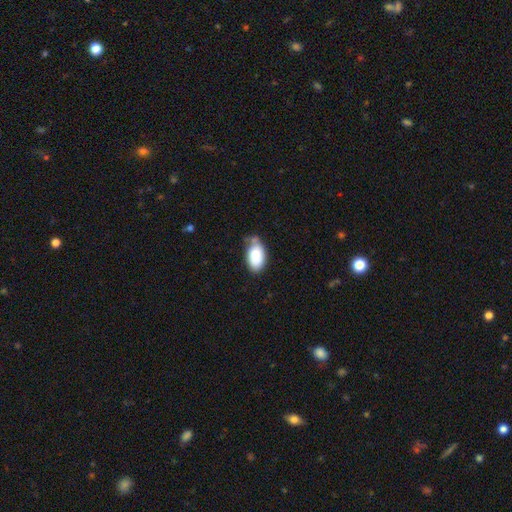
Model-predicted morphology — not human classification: A smooth galaxy with no disk features (84%) that is in between round and cigar-shaped (94%). Merging: none (50%).